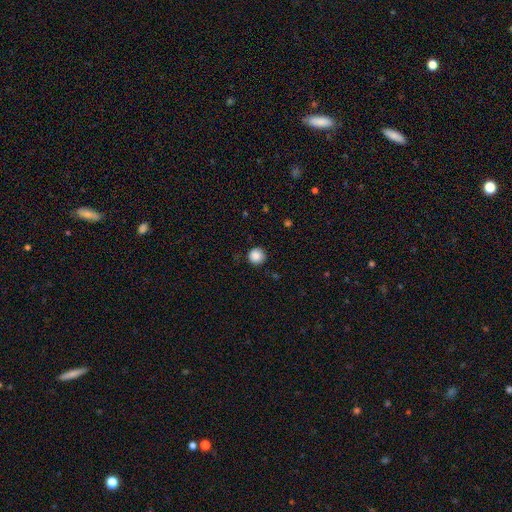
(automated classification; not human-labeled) Smooth or featured?
  - smooth: 87% *
  - star or artifact: 10%
  - featured or disk: 3%
How rounded?
  - round: 95% *
  - in between: 4%
  - cigar-shaped: 1%
Merging?
  - none: 89% *
  - minor disturbance: 8%
  - major disturbance: 2%
  - merger: 1%